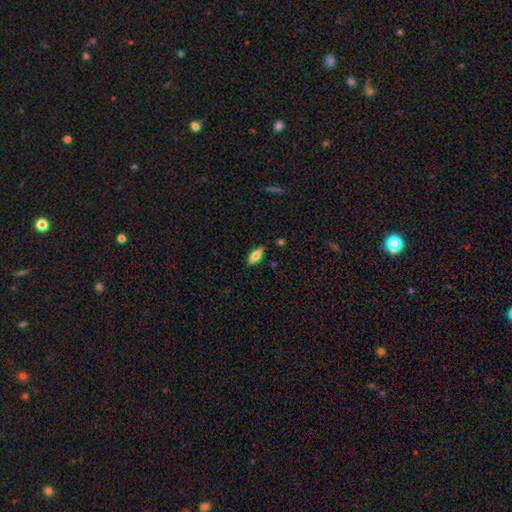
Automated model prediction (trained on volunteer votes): A smooth galaxy with no disk features (69%) that is in between round and cigar-shaped (68%). Merging: none (85%).